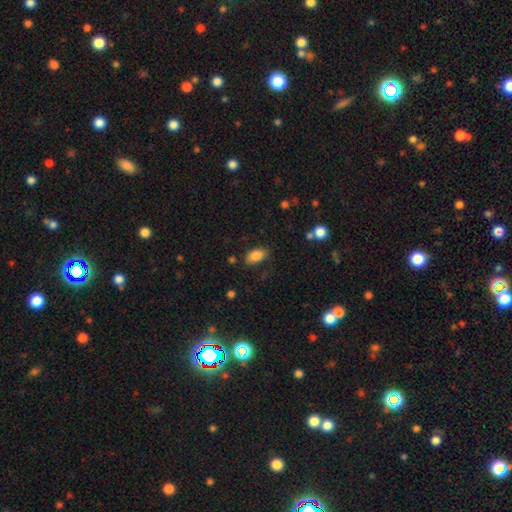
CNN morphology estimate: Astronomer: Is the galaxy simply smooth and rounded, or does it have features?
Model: smooth — 85%.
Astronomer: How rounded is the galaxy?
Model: in between — 91%.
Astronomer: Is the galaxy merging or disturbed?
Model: none — 81%.